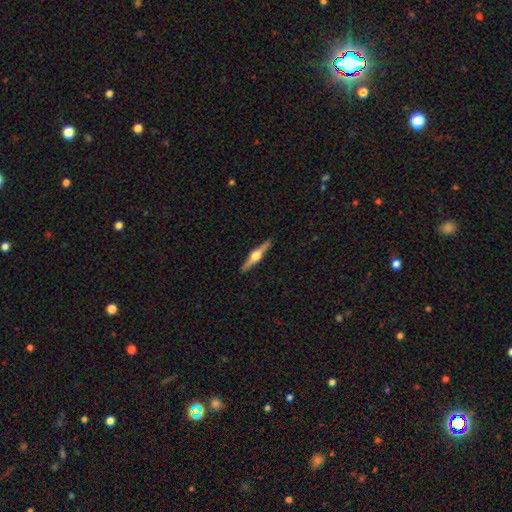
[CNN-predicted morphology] The model was most divided on "smooth or featured": featured or disk: 79%, smooth: 16%, star or artifact: 5%. More confident: edge-on disk — yes (98%); edge-on bulge — rounded (95%); merging — none (91%).